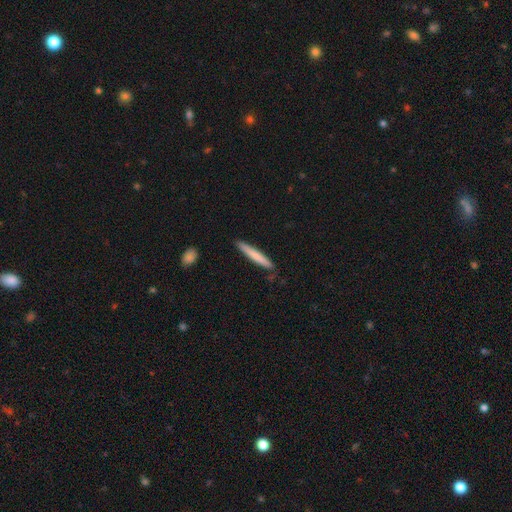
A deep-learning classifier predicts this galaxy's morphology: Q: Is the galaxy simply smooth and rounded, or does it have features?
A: smooth — 73%.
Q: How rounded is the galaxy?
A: cigar-shaped — 95%.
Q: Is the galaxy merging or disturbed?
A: none — 86%.